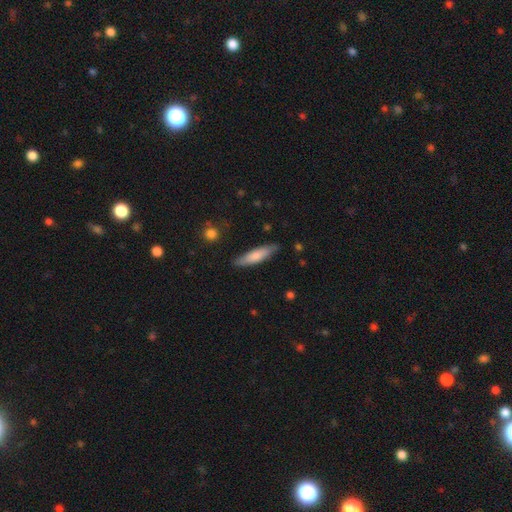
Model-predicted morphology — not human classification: smooth 73%, featured or disk 22%, star or artifact 5%. Down the decision tree: how rounded — cigar-shaped (71%); merging — none (83%).